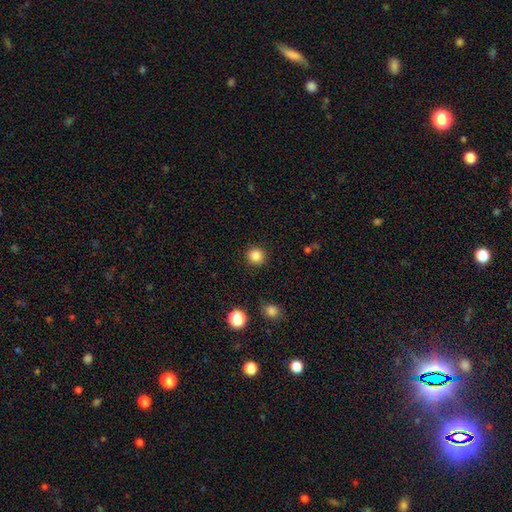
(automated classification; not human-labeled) The model was most divided on "smooth or featured": smooth: 85%, star or artifact: 11%, featured or disk: 4%. More confident: how rounded — round (93%); merging — none (91%).